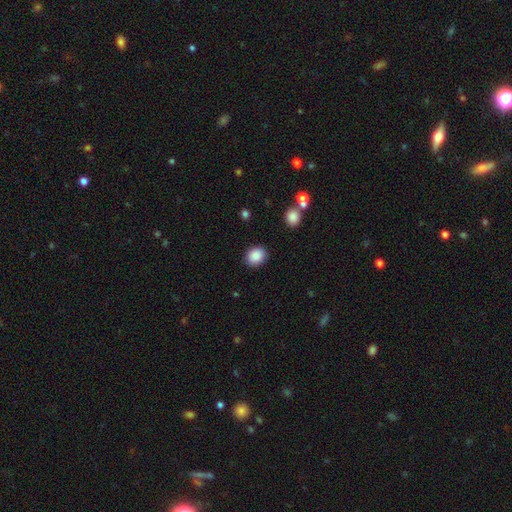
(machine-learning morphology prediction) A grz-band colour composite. It shows a smooth galaxy with no disk features (88%) that is round (58%). Merging: none (88%).